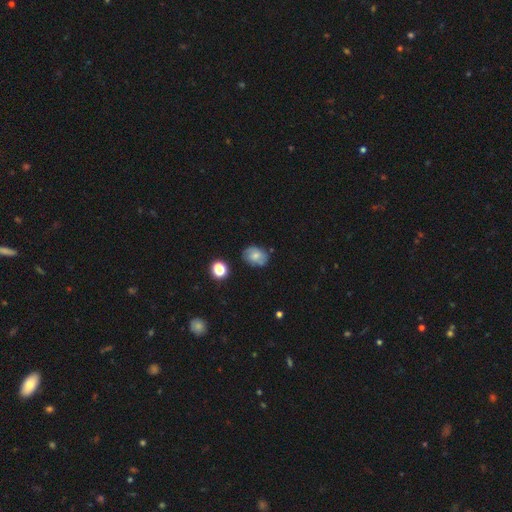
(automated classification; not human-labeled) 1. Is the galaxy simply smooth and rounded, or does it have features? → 64% smooth, 25% featured or disk, 11% star or artifact.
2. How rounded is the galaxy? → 67% in between, 32% round, 1% cigar-shaped.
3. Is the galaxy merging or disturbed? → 74% none, 19% minor disturbance, 4% major disturbance, 3% merger.